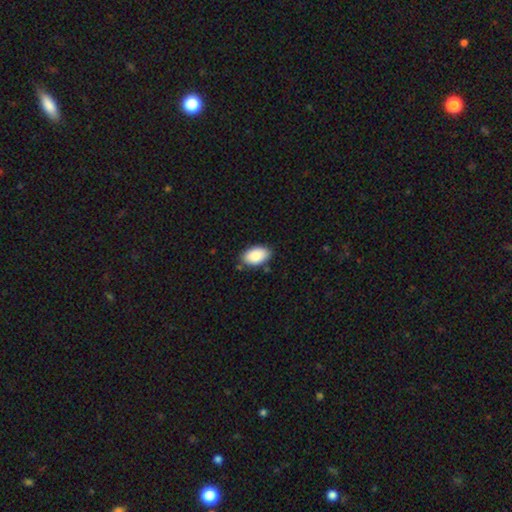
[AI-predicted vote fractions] Overall: smooth (89%). How rounded: in between (94%). Merging: none (82%).